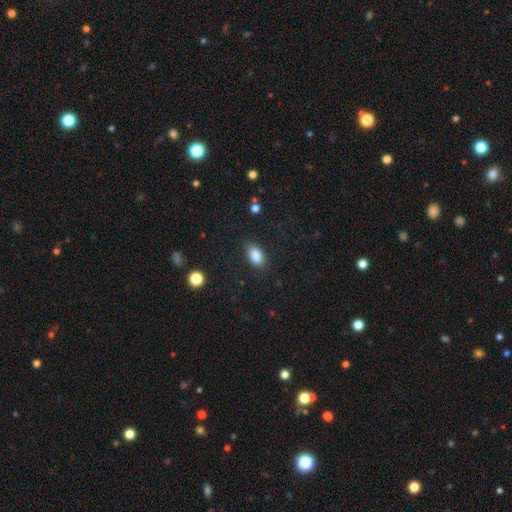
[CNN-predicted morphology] A smooth galaxy with no disk features (85%) that is in between round and cigar-shaped (91%). Merging: none (85%).